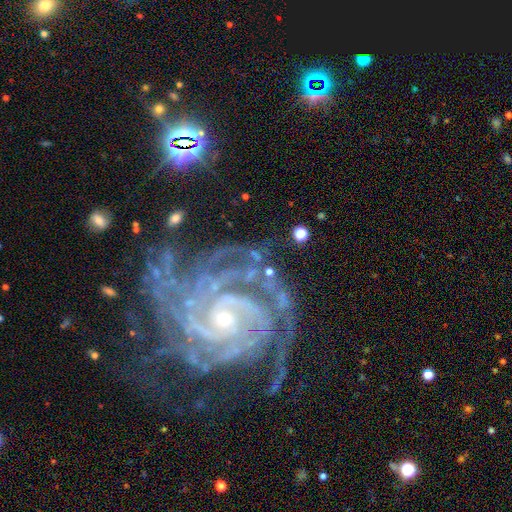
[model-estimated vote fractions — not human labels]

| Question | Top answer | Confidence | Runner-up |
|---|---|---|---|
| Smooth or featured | featured or disk | 81% | star or artifact (10%) |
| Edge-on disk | no | 97% | yes (3%) |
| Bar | no | 60% | weak (23%) |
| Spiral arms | yes | 96% | no (4%) |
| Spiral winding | tight | 67% | medium (28%) |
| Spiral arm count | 3 | 24% | can't tell (18%) |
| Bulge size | small | 61% | moderate (31%) |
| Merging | none | 64% | minor disturbance (17%) |